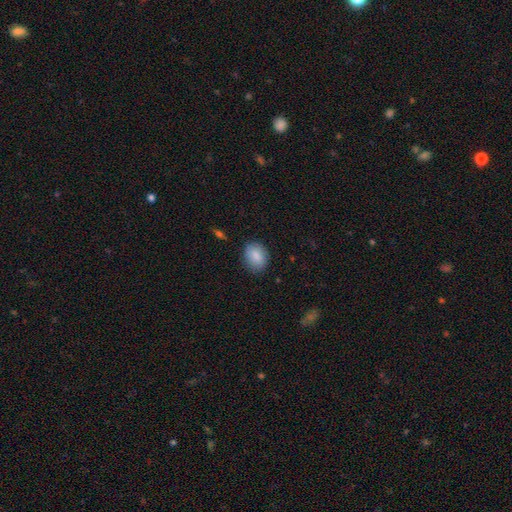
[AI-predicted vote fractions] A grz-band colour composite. It shows a smooth galaxy with no disk features (87%) that is in between round and cigar-shaped (59%). Merging: none (83%).